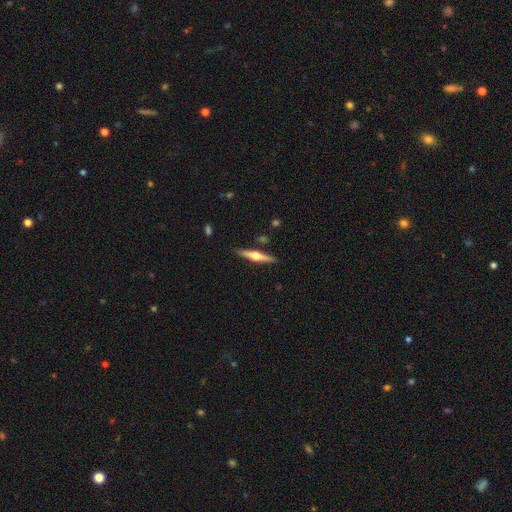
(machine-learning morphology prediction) featured or disk 71%, smooth 23%, star or artifact 5%. Down the decision tree: edge-on disk — yes (98%); edge-on bulge — rounded (93%); merging — none (88%).